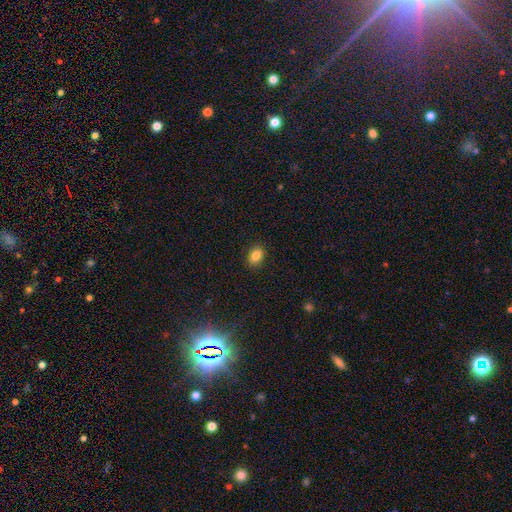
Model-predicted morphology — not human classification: A smooth galaxy with no disk features (84%) that is in between round and cigar-shaped (70%).

Vote fractions:
- Smooth or featured? smooth: 84% / star or artifact: 10% / featured or disk: 6%
- How rounded? in between: 70% / round: 29% / cigar-shaped: 1%
- Merging? none: 89% / minor disturbance: 8% / major disturbance: 2% / merger: 1%